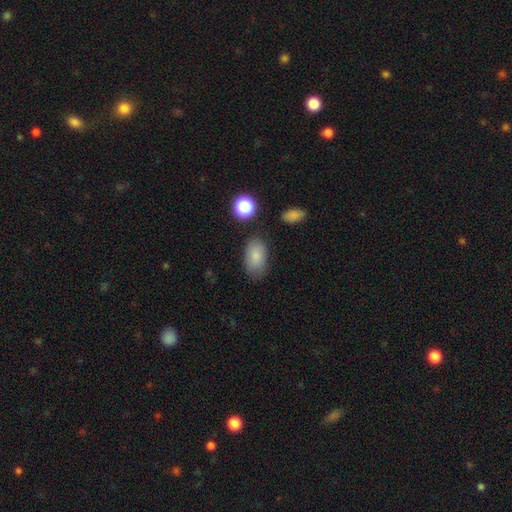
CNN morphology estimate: Overall: smooth (83%). How rounded: in between (92%). Merging: none (78%).